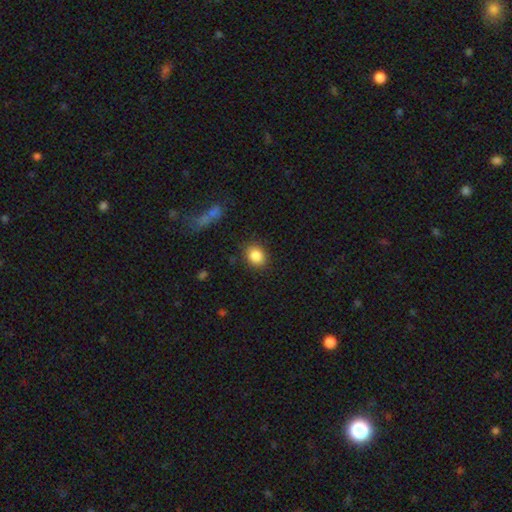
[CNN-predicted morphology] Overall: smooth (86%). How rounded: round (55%; in between 44%). Merging: none (86%).